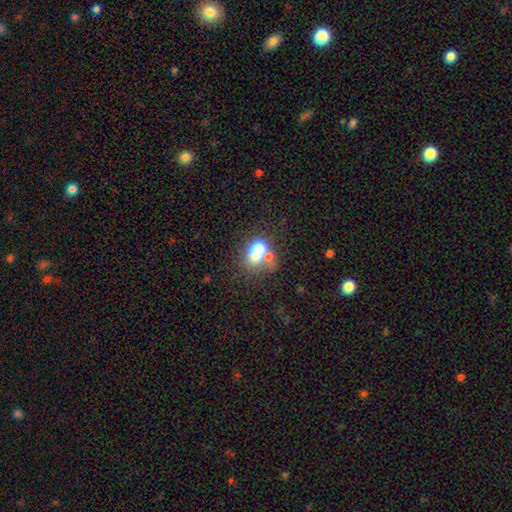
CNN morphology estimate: Smooth or featured: smooth — 59% (featured or disk — 25%)
How rounded: in between — 55% (round — 44%)
Merging: merger — 55% (none — 27%)